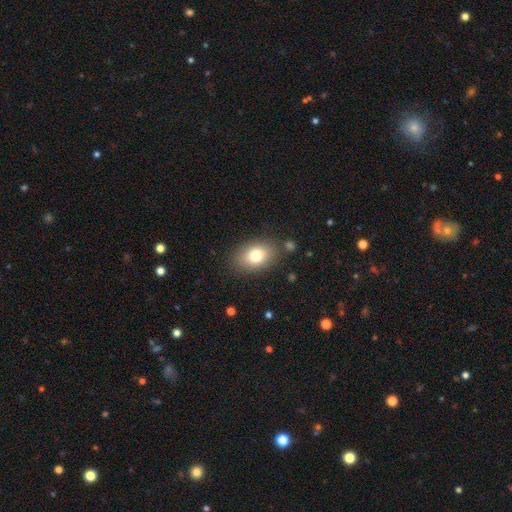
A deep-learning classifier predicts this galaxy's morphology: type=smooth (78%); roundness=in between (76%); merging=none (82%).